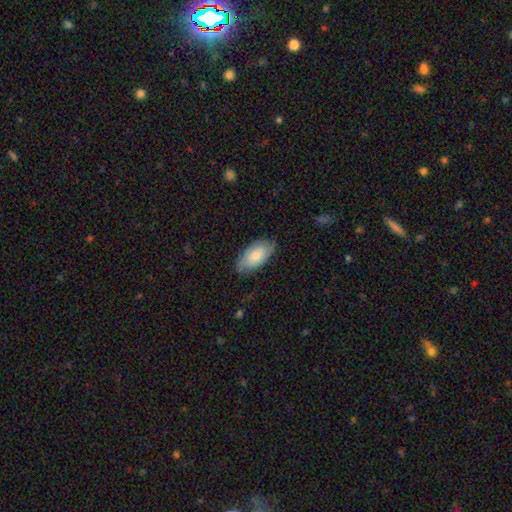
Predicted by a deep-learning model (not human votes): smooth-or-featured: smooth: 72% | featured or disk: 22% | star or artifact: 6%
  how-rounded: in between: 93% | cigar-shaped: 4% | round: 2%
  merging: none: 73% | minor disturbance: 21% | major disturbance: 4% | merger: 1%